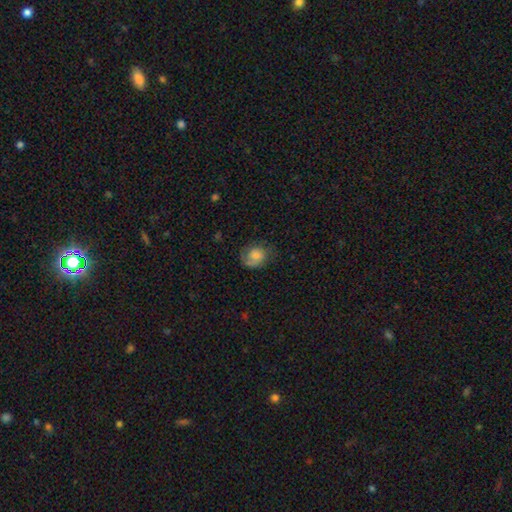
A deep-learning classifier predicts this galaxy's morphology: Overall: smooth (52%; featured or disk 40%). How rounded: round (59%; in between 40%). Merging: none (61%; minor disturbance 23%).